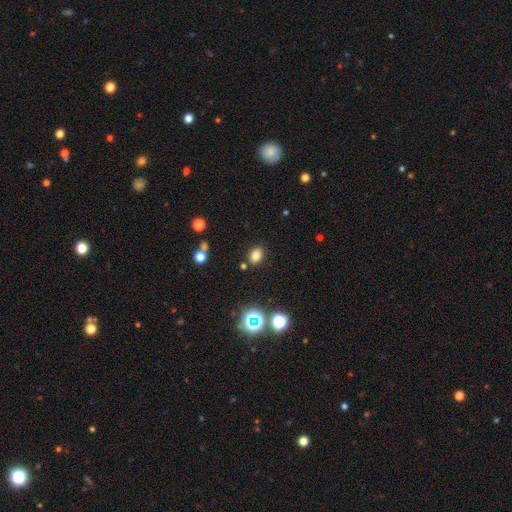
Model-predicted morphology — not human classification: A smooth galaxy with no disk features (78%) that is in between round and cigar-shaped (64%). Merging: none (84%).